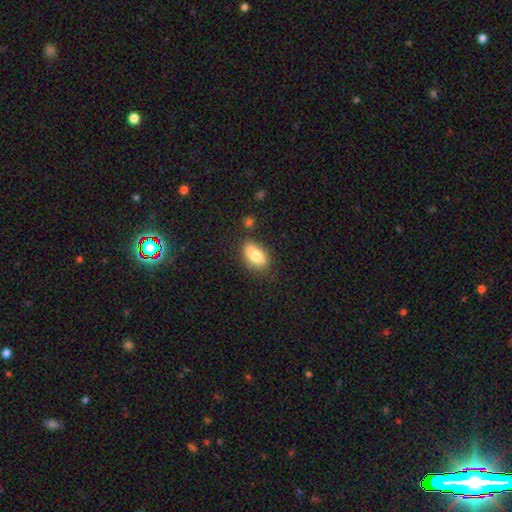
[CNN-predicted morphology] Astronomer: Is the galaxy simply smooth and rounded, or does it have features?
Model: smooth — 73%.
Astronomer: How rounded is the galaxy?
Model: in between — 85%.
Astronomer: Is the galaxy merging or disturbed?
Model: none — 56%.